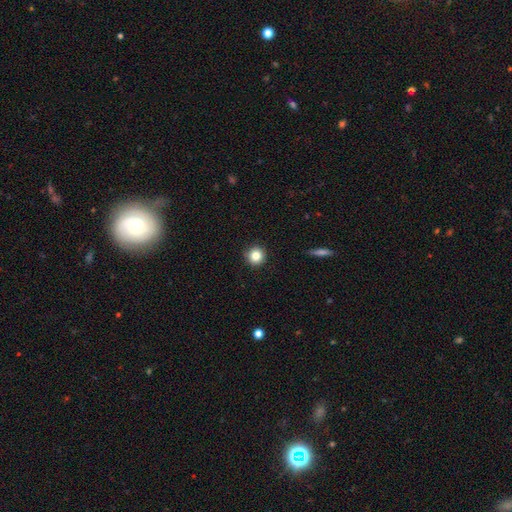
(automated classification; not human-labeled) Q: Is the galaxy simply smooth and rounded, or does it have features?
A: smooth — 83%.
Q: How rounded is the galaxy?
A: round — 95%.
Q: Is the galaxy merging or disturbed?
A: none — 92%.